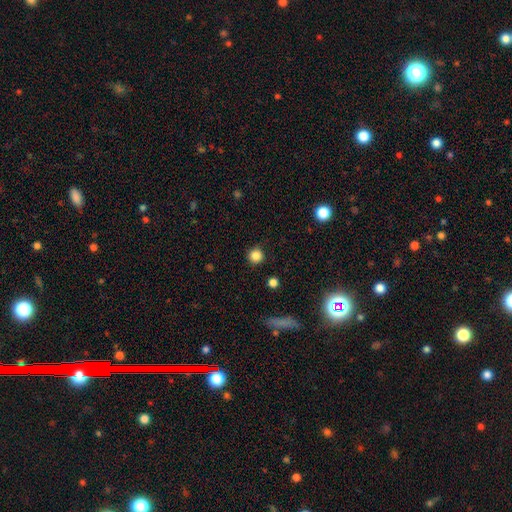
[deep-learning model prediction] Overall: smooth (84%). How rounded: round (95%). Merging: none (90%).